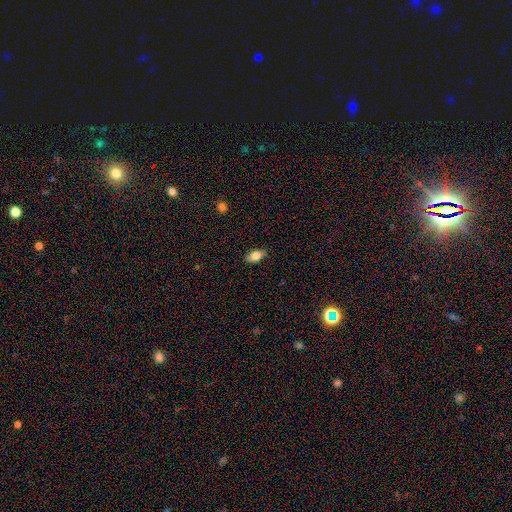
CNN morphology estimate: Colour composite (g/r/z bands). It shows a smooth galaxy with no disk features (76%) that is in between round and cigar-shaped (87%). Merging: none (87%).